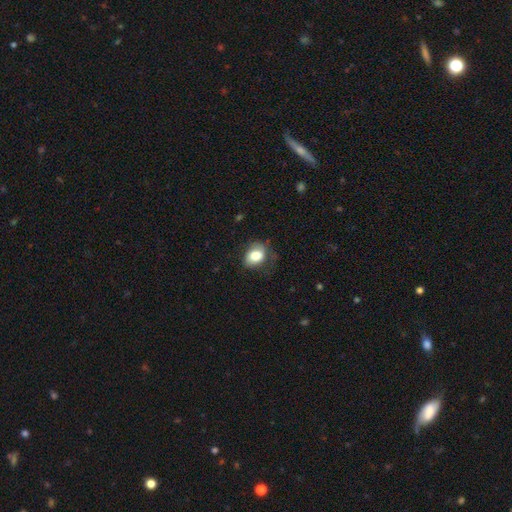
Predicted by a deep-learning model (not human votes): This appears to be a smooth galaxy with no disk features (78%) that is in between round and cigar-shaped (68%). Merging: none (60%).